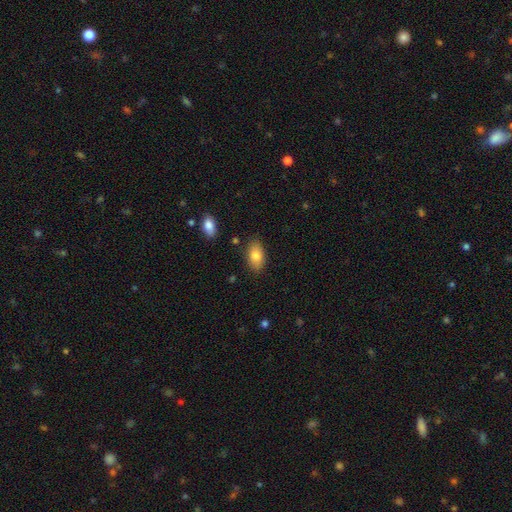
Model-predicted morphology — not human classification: smooth 80%, featured or disk 12%, star or artifact 7%. Down the decision tree: how rounded — in between (92%); merging — none (84%).